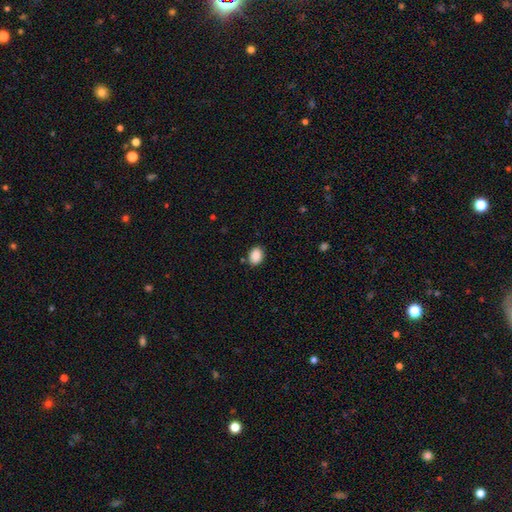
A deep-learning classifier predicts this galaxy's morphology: Smooth or featured?
  - smooth: 89% *
  - star or artifact: 8%
  - featured or disk: 3%
How rounded?
  - in between: 68% *
  - round: 31%
  - cigar-shaped: 1%
Merging?
  - none: 85% *
  - minor disturbance: 11%
  - major disturbance: 3%
  - merger: 2%